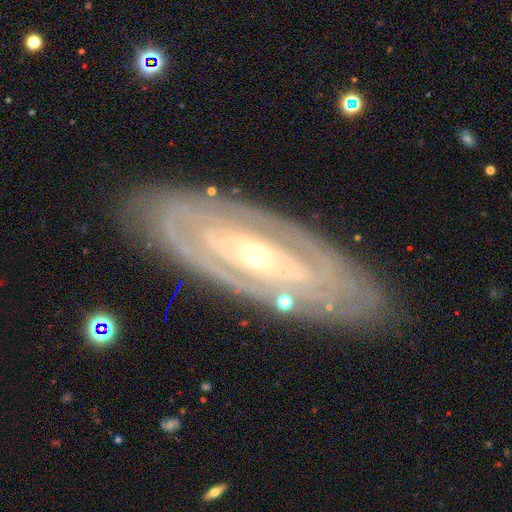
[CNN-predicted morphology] The model was most divided on "bulge size": small: 54%, moderate: 42%, large: 2%, none: 1%, dominant: 1%. Remaining: smooth or featured — featured or disk (85%); merging — none (85%); spiral arms — yes (84%); edge-on disk — no (84%); spiral winding — tight (79%); spiral arm count — can't tell (51%); bar — no (50%).